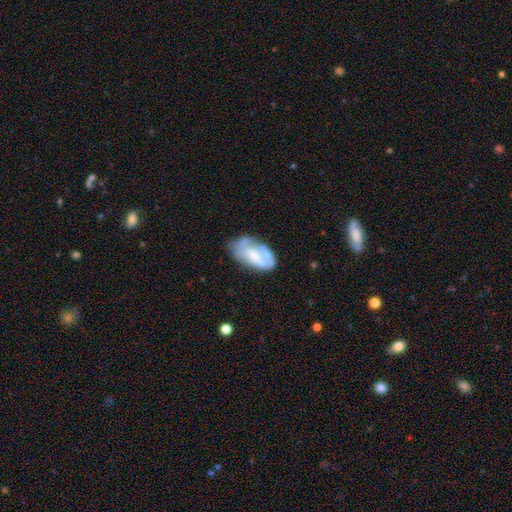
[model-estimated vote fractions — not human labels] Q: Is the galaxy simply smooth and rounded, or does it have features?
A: featured or disk — 47%.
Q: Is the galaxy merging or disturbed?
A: none — 47%.